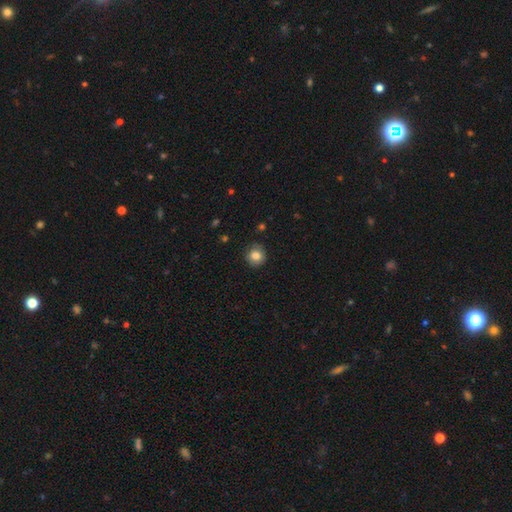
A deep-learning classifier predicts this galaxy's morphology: This appears to be a smooth galaxy with no disk features (82%) that is round (87%). Merging: none (82%).